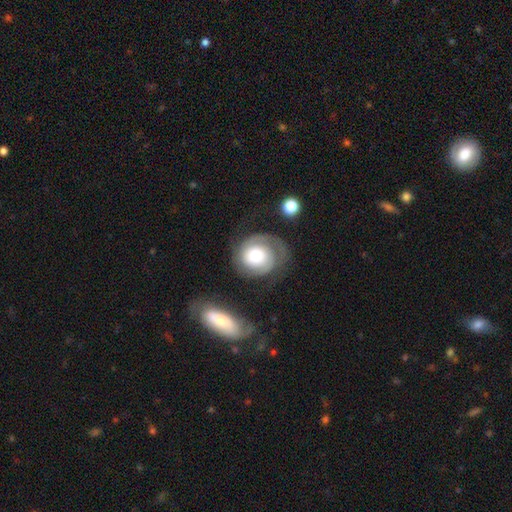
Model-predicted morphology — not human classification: This appears to be a featured or disk galaxy (65%) with no bar (77%), 2 (63%) tight (58%) spiral arms (89%) and a moderate central bulge (56%). Merging: none (63%).